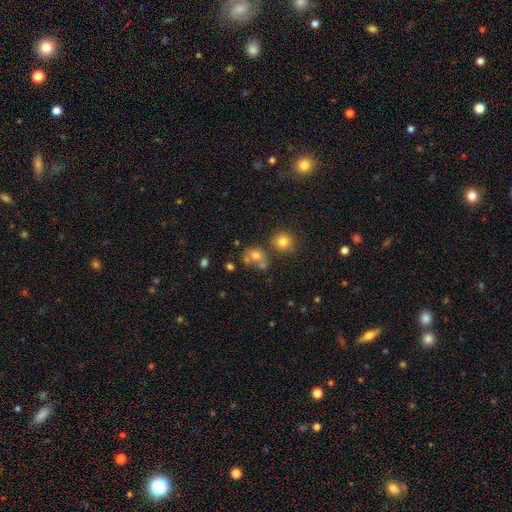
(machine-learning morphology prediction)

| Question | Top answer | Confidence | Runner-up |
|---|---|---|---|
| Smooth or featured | smooth | 69% | star or artifact (16%) |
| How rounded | round | 68% | in between (31%) |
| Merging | none | 43% | merger (37%) |